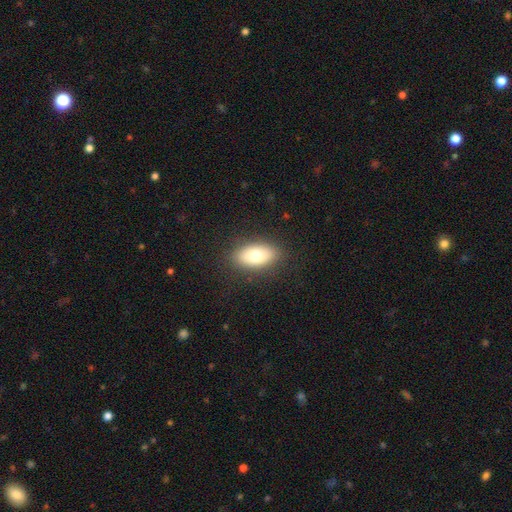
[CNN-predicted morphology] Smooth or featured? smooth (74%)
How rounded? in between (91%)
Merging? none (87%)